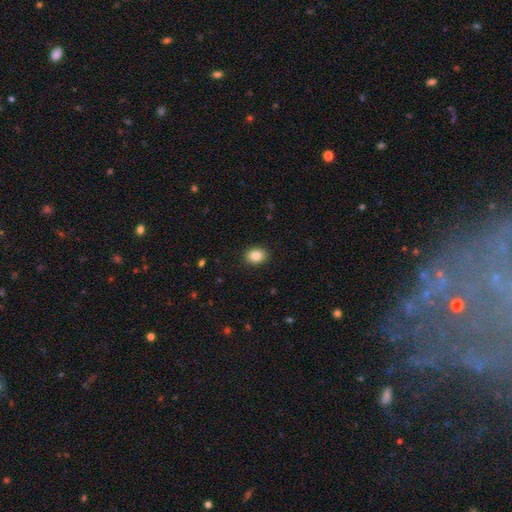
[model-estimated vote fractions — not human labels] This is clearly a smooth galaxy (85%). How rounded: likely in between (60%). Merging: clearly none (90%).